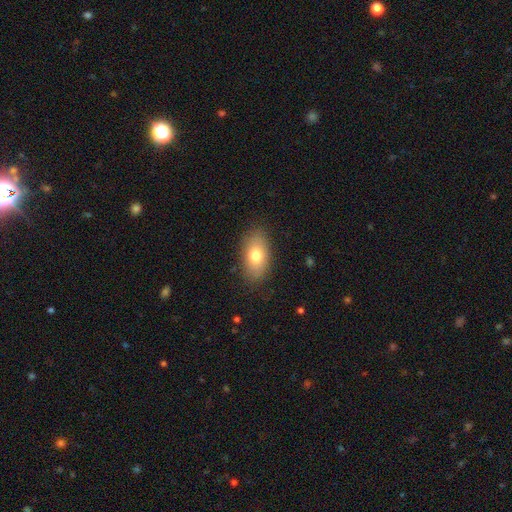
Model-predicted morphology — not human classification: smooth-or-featured: smooth: 75% | featured or disk: 17% | star or artifact: 8%
  how-rounded: in between: 90% | round: 7% | cigar-shaped: 3%
  merging: none: 84% | minor disturbance: 11% | major disturbance: 3% | merger: 1%